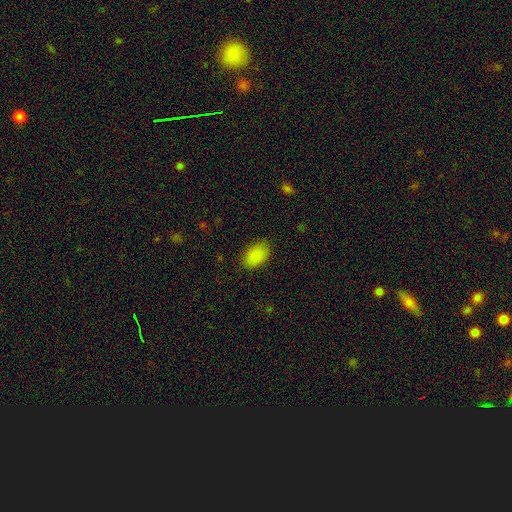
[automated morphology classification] Smooth or featured? smooth (88%)
How rounded? in between (89%)
Merging? none (84%)